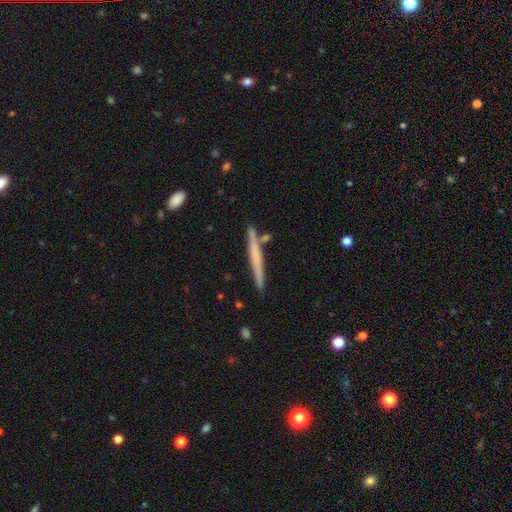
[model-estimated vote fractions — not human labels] This appears to be a smooth galaxy with no disk features (50%). Merging: none (86%).